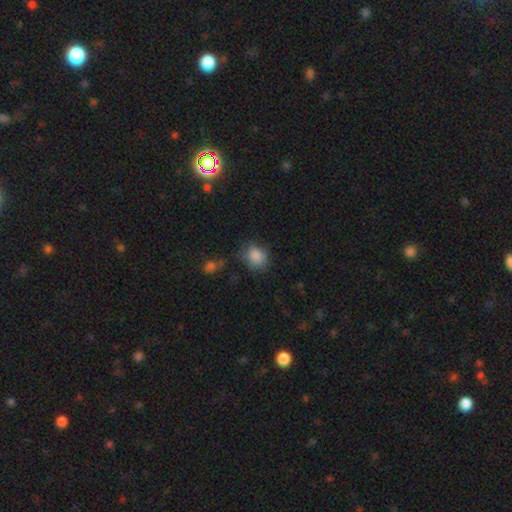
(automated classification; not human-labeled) smooth 85%, star or artifact 9%, featured or disk 6%. Down the decision tree: how rounded — round (53%); merging — none (62%).